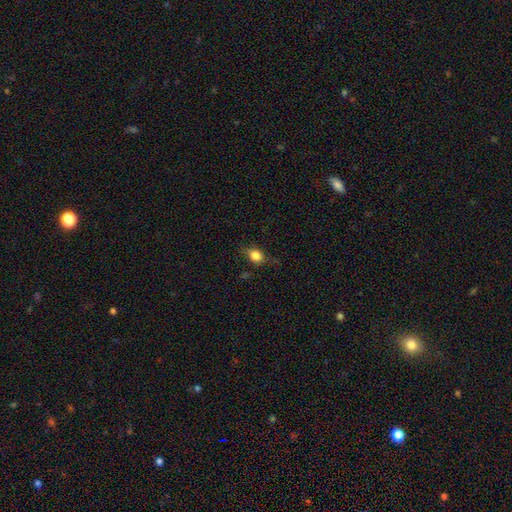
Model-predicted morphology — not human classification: Overall: smooth (80%). How rounded: in between (58%; round 39%). Merging: none (73%).